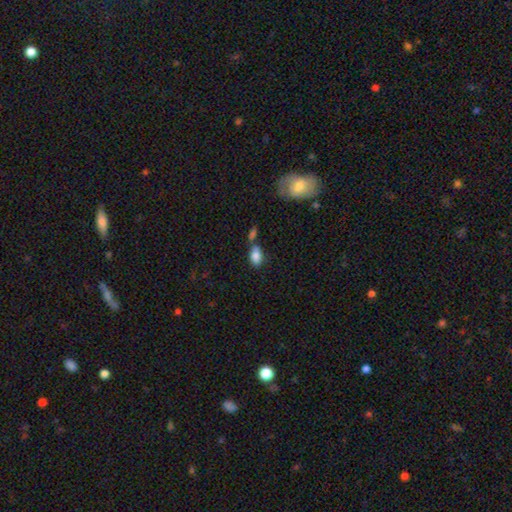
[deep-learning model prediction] A smooth galaxy with no disk features (84%) that is in between round and cigar-shaped (91%).

Vote fractions:
- Smooth or featured? smooth: 84% / star or artifact: 8% / featured or disk: 7%
- How rounded? in between: 91% / round: 6% / cigar-shaped: 3%
- Merging? none: 45% / merger: 35% / minor disturbance: 15% / major disturbance: 6%